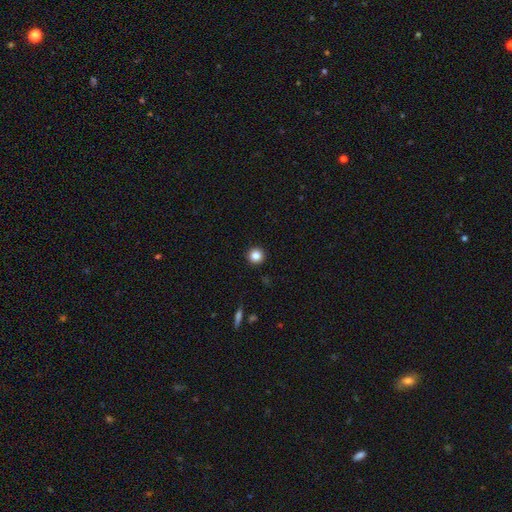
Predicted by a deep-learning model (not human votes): The model was most divided on "smooth or featured": smooth: 84%, star or artifact: 11%, featured or disk: 5%. More confident: how rounded — round (96%); merging — none (94%).